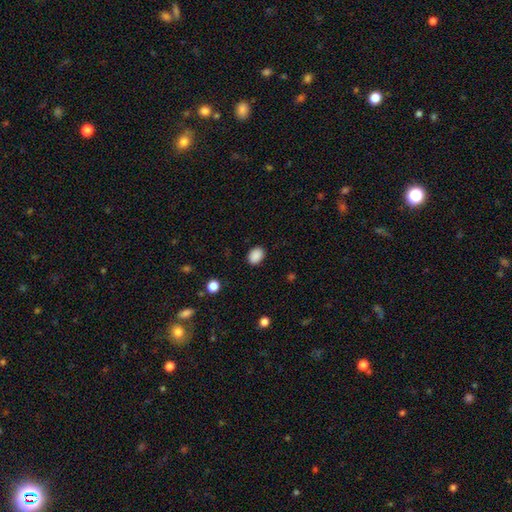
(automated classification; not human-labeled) Smooth or featured? smooth (89%)
How rounded? in between (63%)
Merging? none (88%)